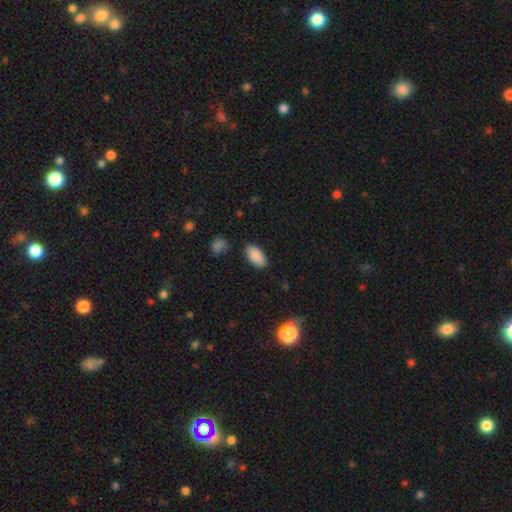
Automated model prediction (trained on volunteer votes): smooth 88%, star or artifact 7%, featured or disk 5%. Down the decision tree: how rounded — in between (94%); merging — none (83%).